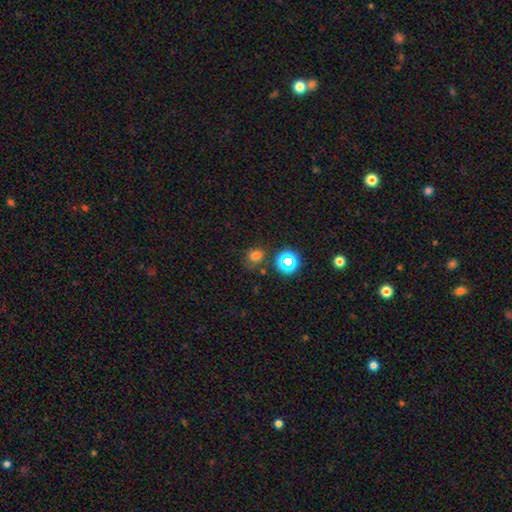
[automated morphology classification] Q: Smooth or featured?
A: smooth (67%); runner-up: star or artifact (26%)
Q: How rounded?
A: round (65%); runner-up: in between (34%)
Q: Merging?
A: none (69%); runner-up: minor disturbance (17%)